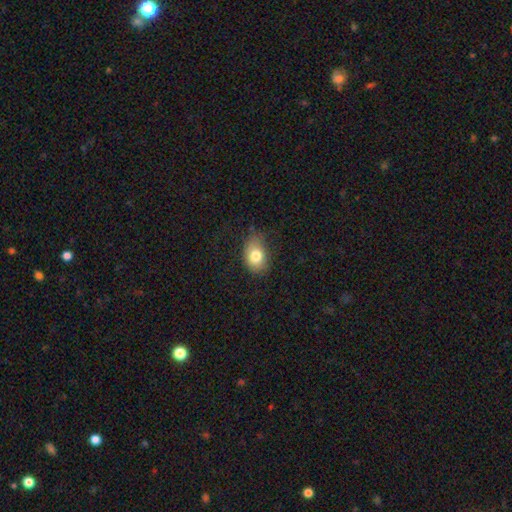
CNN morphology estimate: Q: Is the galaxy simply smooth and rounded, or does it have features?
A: smooth — 78%.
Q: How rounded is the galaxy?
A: in between — 79%.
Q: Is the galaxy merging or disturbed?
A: none — 66%.